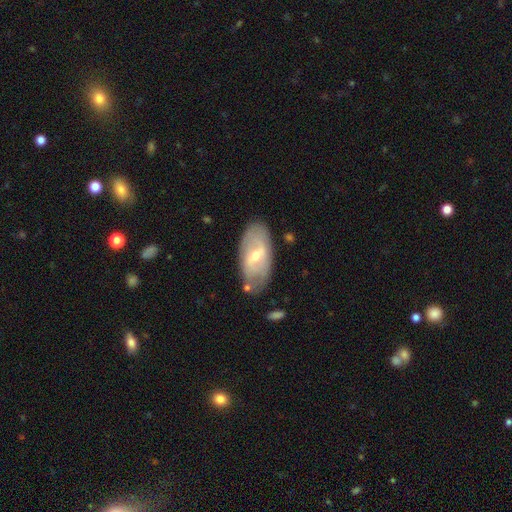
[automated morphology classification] This is likely a featured or disk galaxy (62%). It is clearly not viewed edge-on (89%). Bar: possibly weak (50%). Spiral arm pattern: possibly yes (52%). Central bulge: possibly moderate (56%). Merging: likely none (76%).